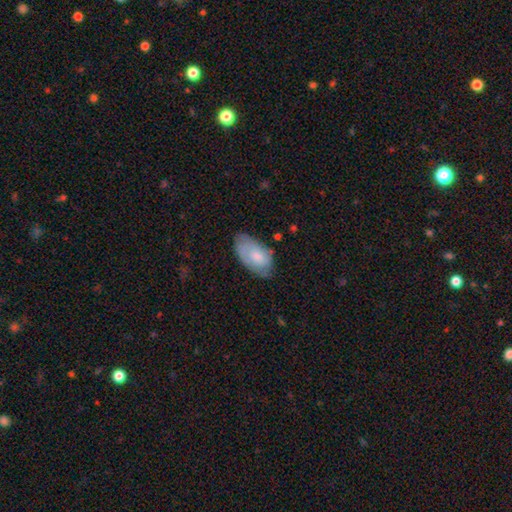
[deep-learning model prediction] A smooth galaxy with no disk features (67%) that is in between round and cigar-shaped (94%).

Vote fractions:
- Smooth or featured? smooth: 67% / featured or disk: 27% / star or artifact: 6%
- How rounded? in between: 94% / round: 4% / cigar-shaped: 2%
- Merging? none: 63% / minor disturbance: 29% / major disturbance: 6% / merger: 2%